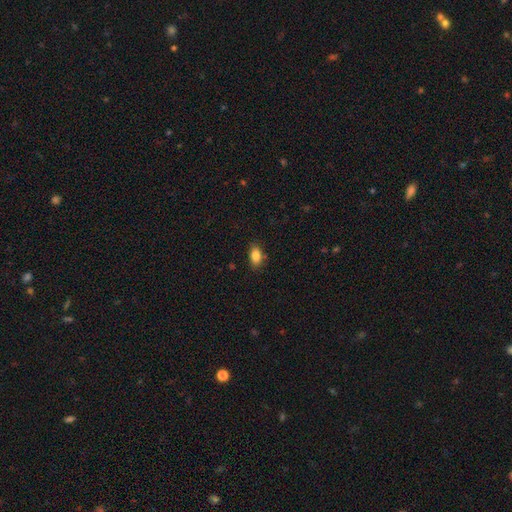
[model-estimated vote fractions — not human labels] The model was most divided on "merging": none: 82%, minor disturbance: 14%, major disturbance: 3%, merger: 2%. More confident: how rounded — in between (86%); smooth or featured — smooth (84%).